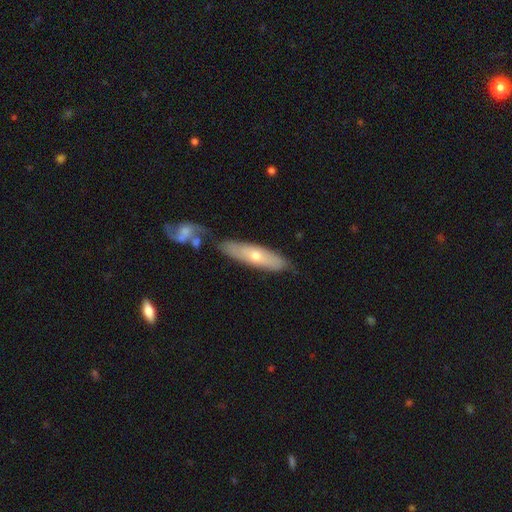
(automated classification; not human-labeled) A smooth galaxy with no disk features (49%). Merging: none (67%).